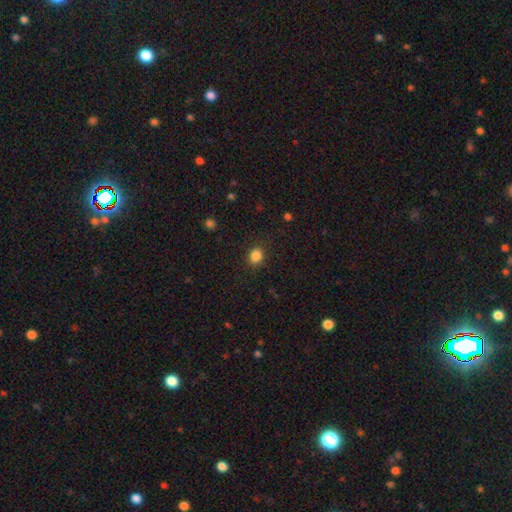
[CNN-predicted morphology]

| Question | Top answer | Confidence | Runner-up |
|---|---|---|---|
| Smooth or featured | smooth | 85% | star or artifact (11%) |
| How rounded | round | 62% | in between (37%) |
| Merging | none | 86% | minor disturbance (10%) |